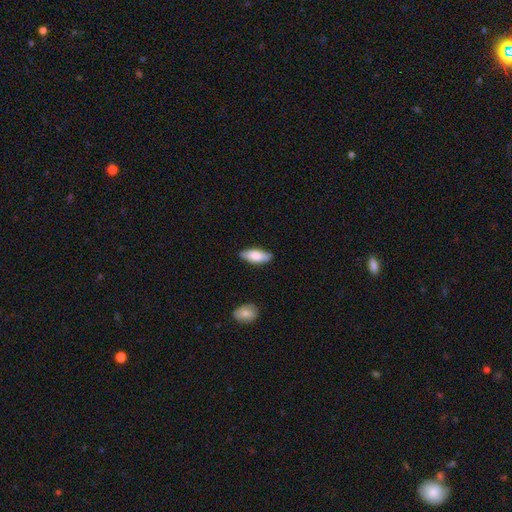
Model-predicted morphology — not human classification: Q: Smooth or featured?
A: smooth (77%); runner-up: featured or disk (17%)
Q: How rounded?
A: in between (77%); runner-up: cigar-shaped (21%)
Q: Merging?
A: none (82%); runner-up: minor disturbance (14%)